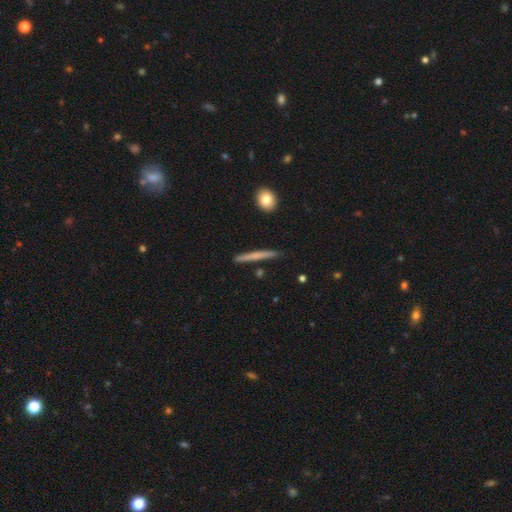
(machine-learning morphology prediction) The model was most divided on "smooth or featured": smooth: 58%, featured or disk: 37%, star or artifact: 6%. More confident: how rounded — cigar-shaped (96%); merging — none (90%).